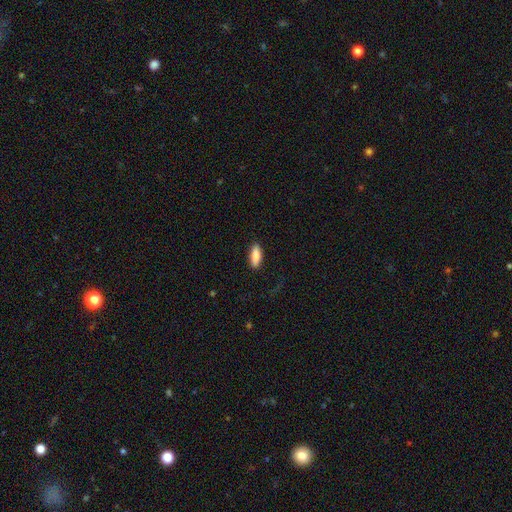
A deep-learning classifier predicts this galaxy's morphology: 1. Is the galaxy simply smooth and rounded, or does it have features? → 88% smooth, 6% featured or disk, 6% star or artifact.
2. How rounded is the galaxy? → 74% in between, 24% cigar-shaped, 2% round.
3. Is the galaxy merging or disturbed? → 87% none, 9% minor disturbance, 2% major disturbance, 1% merger.